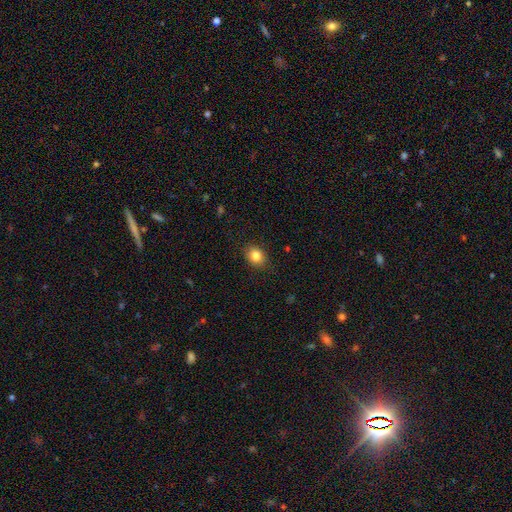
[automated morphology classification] smooth_or_featured: smooth (p=0.84) [alt: star or artifact p=0.10]
how_rounded: round (p=0.51) [alt: in between p=0.48]
merging: none (p=0.87) [alt: minor disturbance p=0.09]